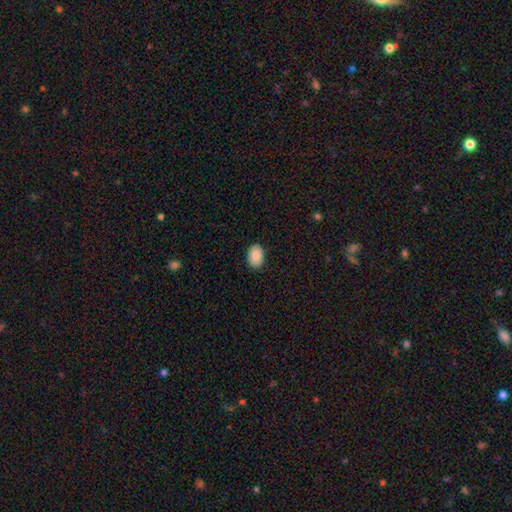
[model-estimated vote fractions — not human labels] This appears to be a smooth galaxy with no disk features (88%) that is in between round and cigar-shaped (84%). Merging: none (88%).